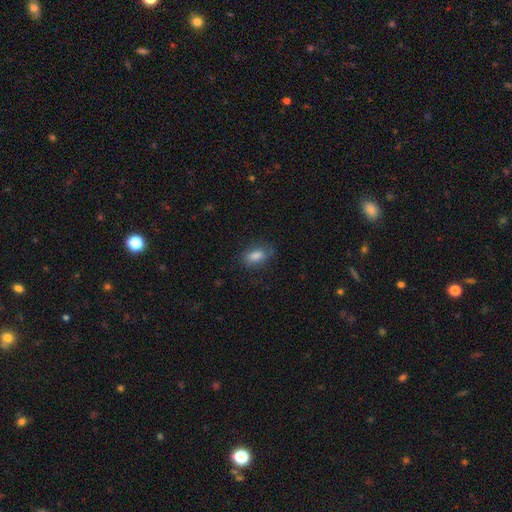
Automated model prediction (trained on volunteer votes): Smooth or featured? Predicted: smooth (p=0.78). How rounded? Predicted: in between (p=0.84). Merging? Predicted: none (p=0.77).